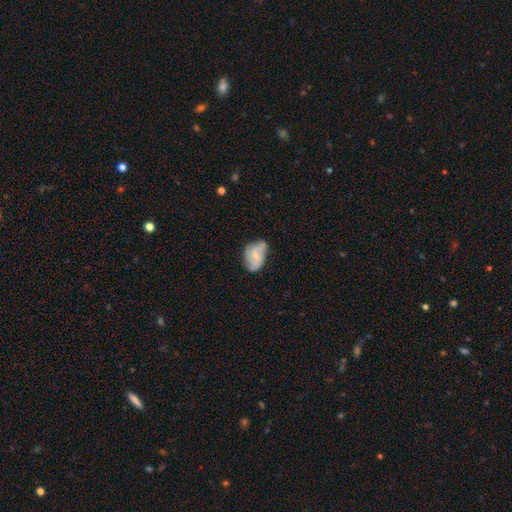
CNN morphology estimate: This appears to be a featured or disk galaxy (50%). Merging: none (44%).